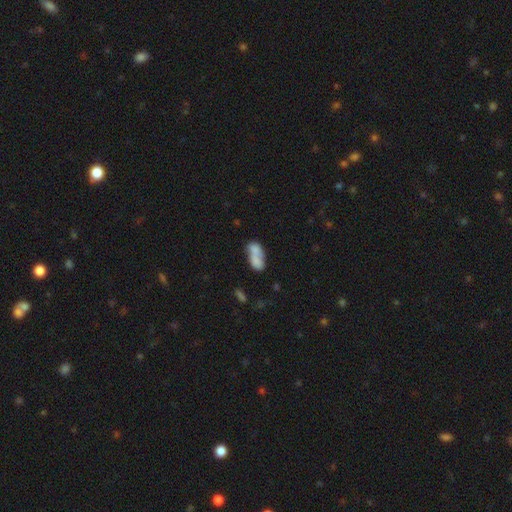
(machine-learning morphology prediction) smooth_or_featured: smooth (p=0.70) [alt: featured or disk p=0.21]
how_rounded: in between (p=0.83) [alt: cigar-shaped p=0.10]
merging: merger (p=0.54) [alt: none p=0.25]